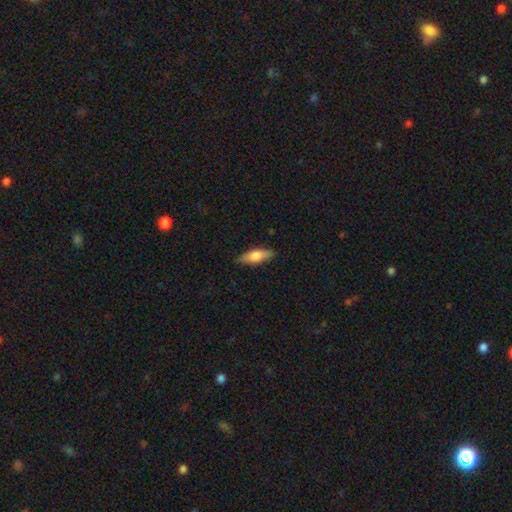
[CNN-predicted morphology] Smooth or featured?
  - smooth: 71% *
  - featured or disk: 23%
  - star or artifact: 6%
How rounded?
  - in between: 62% *
  - cigar-shaped: 35%
  - round: 2%
Merging?
  - none: 86% *
  - minor disturbance: 11%
  - major disturbance: 2%
  - merger: 1%